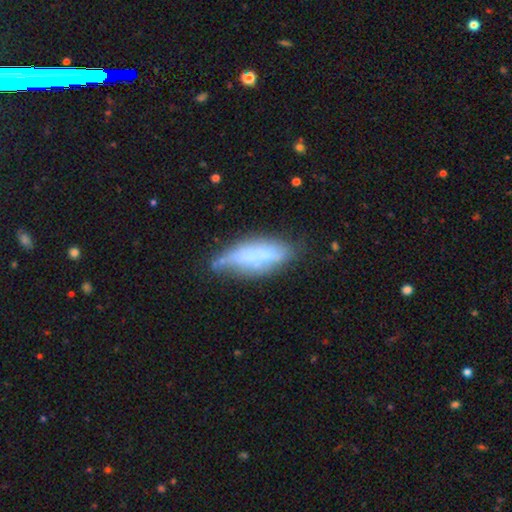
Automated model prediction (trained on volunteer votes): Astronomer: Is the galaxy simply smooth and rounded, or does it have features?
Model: smooth — 52% (runner-up: featured or disk, 39%).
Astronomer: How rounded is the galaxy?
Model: in between — 56% (runner-up: cigar-shaped, 42%).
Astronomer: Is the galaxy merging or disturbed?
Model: none — 41% (runner-up: minor disturbance, 34%).